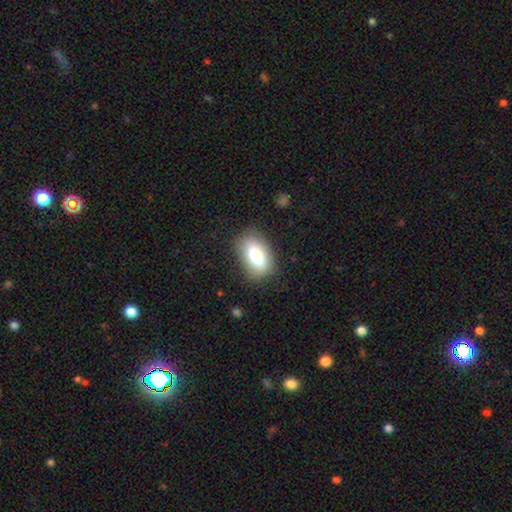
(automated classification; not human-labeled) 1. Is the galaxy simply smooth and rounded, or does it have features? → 79% smooth, 14% featured or disk, 7% star or artifact.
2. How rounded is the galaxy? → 91% in between, 6% round, 3% cigar-shaped.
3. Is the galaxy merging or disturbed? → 78% none, 16% minor disturbance, 5% major disturbance, 1% merger.